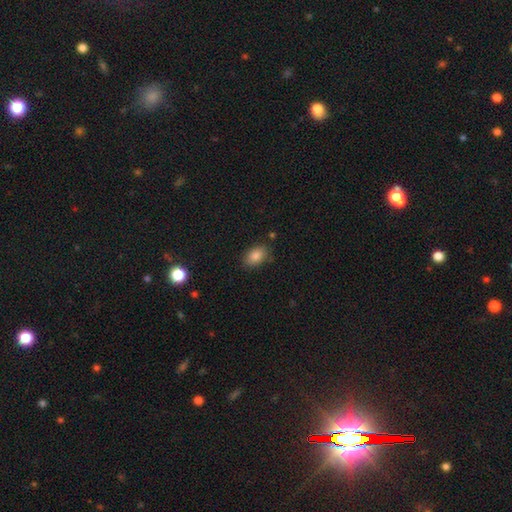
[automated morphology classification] smooth 84%, star or artifact 8%, featured or disk 7%. Down the decision tree: how rounded — in between (88%); merging — none (82%).